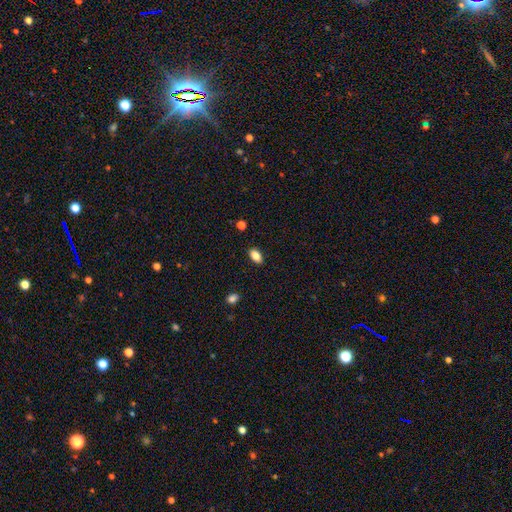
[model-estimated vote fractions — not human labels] A smooth galaxy with no disk features (86%) that is in between round and cigar-shaped (91%). Merging: none (89%).